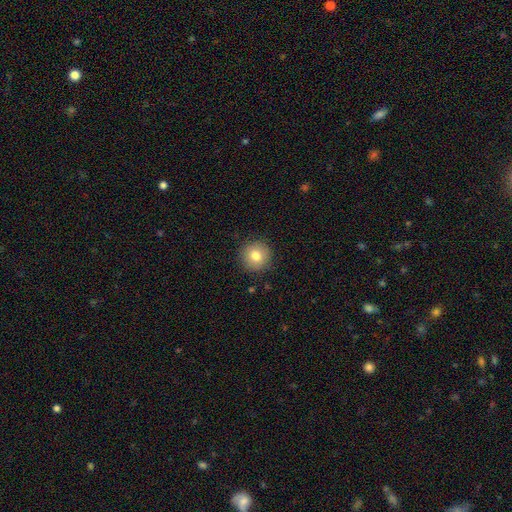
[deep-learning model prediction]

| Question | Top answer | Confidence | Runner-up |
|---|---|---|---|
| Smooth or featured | smooth | 80% | featured or disk (11%) |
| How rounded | round | 95% | in between (4%) |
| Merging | none | 91% | minor disturbance (6%) |